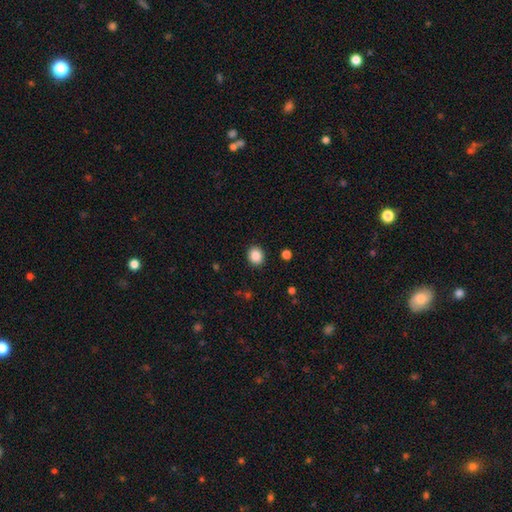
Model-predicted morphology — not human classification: This is clearly a smooth galaxy (88%). How rounded: likely round (74%). Merging: clearly none (90%).